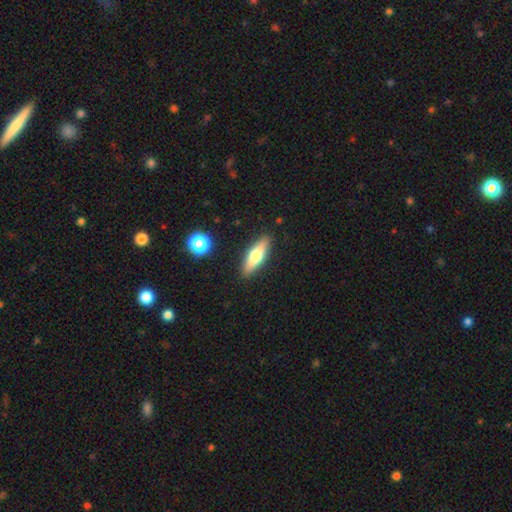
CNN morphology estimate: Smooth or featured? Predicted: smooth (p=0.60). How rounded? Predicted: cigar-shaped (p=0.52). Merging? Predicted: none (p=0.88).